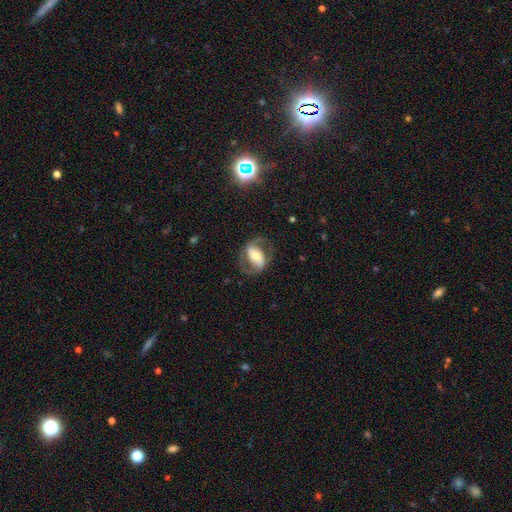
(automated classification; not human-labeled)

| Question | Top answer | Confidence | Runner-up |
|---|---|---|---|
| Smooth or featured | featured or disk | 72% | smooth (21%) |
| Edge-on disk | no | 94% | yes (6%) |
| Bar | strong | 51% | weak (27%) |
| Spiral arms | yes | 82% | no (18%) |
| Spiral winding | medium | 50% | loose (28%) |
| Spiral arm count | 2 | 88% | can't tell (6%) |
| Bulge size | moderate | 55% | small (26%) |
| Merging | none | 70% | minor disturbance (15%) |